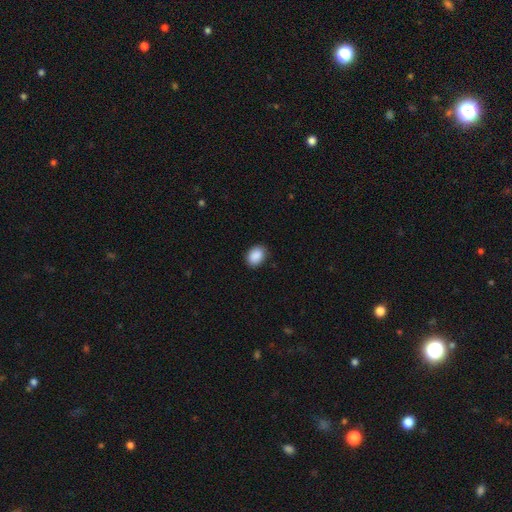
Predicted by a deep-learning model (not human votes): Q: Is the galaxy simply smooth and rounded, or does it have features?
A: smooth — 90%.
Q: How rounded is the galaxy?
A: in between — 72%.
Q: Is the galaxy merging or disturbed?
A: none — 86%.